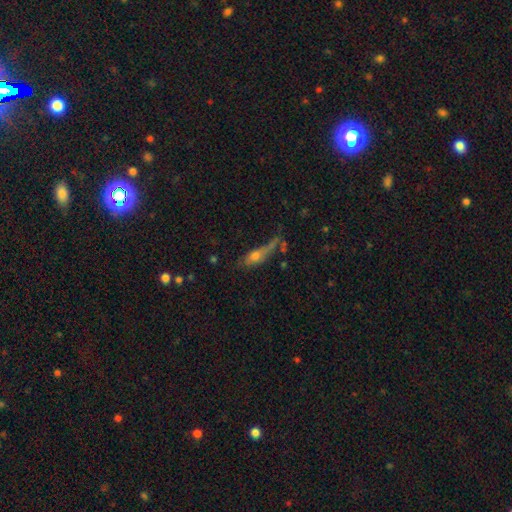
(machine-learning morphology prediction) A smooth galaxy with no disk features (57%) that is in between round and cigar-shaped (52%). Merging: none (39%).